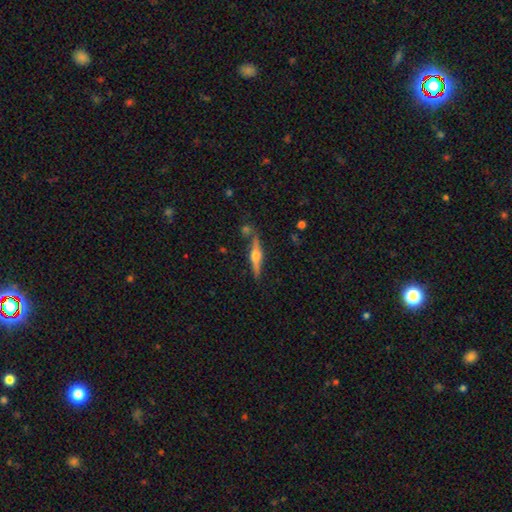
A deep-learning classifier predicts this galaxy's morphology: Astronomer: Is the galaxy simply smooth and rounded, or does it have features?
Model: featured or disk — 72%.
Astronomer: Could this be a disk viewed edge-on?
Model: yes — 97%.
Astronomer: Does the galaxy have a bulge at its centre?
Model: rounded — 92%.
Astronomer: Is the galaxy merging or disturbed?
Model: none — 79%.